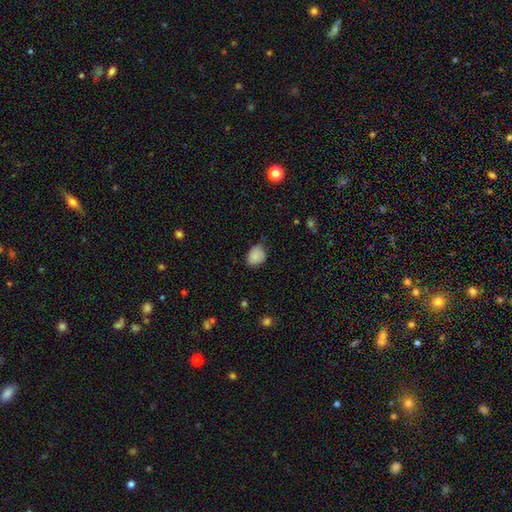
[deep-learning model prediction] Morphology: type=smooth (86%); roundness=in between (58%); merging=none (67%).